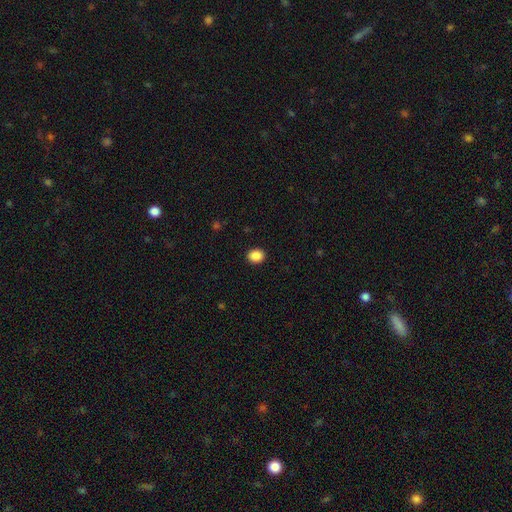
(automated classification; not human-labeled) Smooth or featured?
  - smooth: 88% *
  - star or artifact: 9%
  - featured or disk: 3%
How rounded?
  - round: 60% *
  - in between: 39%
  - cigar-shaped: 1%
Merging?
  - none: 92% *
  - minor disturbance: 5%
  - major disturbance: 2%
  - merger: 1%